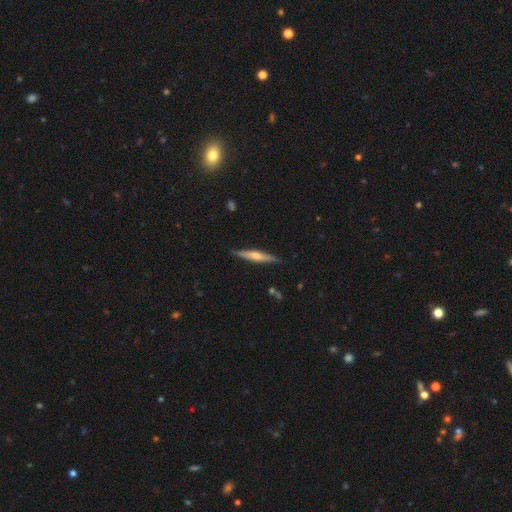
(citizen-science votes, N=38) Smooth or featured?
  - featured or disk: 61% *
  - smooth: 37%
  - star or artifact: 3%
Edge-on disk?
  - yes: 100% *
  - no: 0%
Edge-on bulge?
  - rounded: 70% *
  - boxy: 26%
  - none: 4%
Merging?
  - none: 92% *
  - minor disturbance: 8%
  - major disturbance: 0%
  - merger: 0%